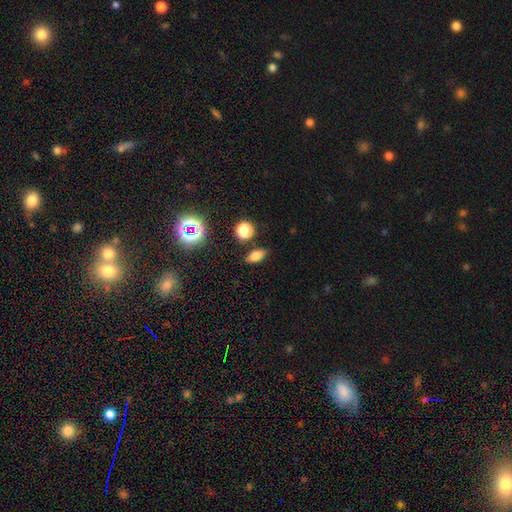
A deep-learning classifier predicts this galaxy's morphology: smooth_or_featured: smooth (p=0.67) [alt: star or artifact p=0.17]
how_rounded: in between (p=0.76) [alt: round p=0.14]
merging: none (p=0.85) [alt: minor disturbance p=0.09]